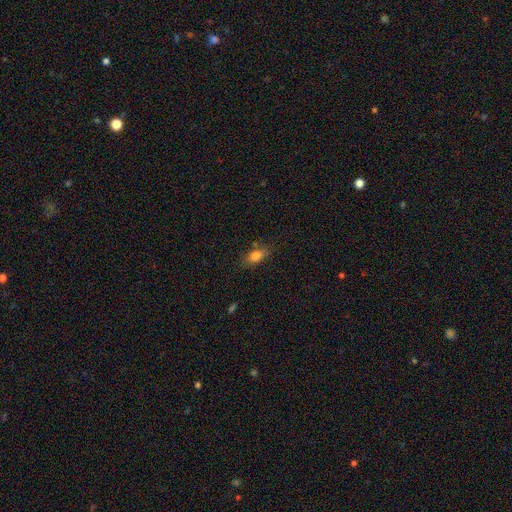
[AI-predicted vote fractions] This appears to be a smooth galaxy with no disk features (77%) that is in between round and cigar-shaped (77%). Merging: none (74%).